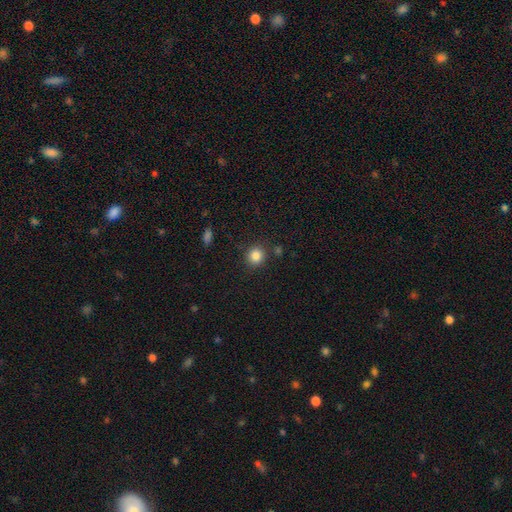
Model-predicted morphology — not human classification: smooth 85%, star or artifact 11%, featured or disk 4%. Down the decision tree: how rounded — round (87%); merging — none (85%).